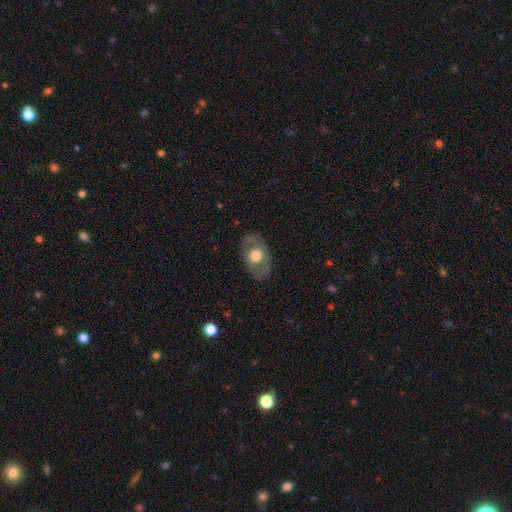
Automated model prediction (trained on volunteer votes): Smooth or featured? Predicted: smooth (p=0.49). Merging? Predicted: none (p=0.80).